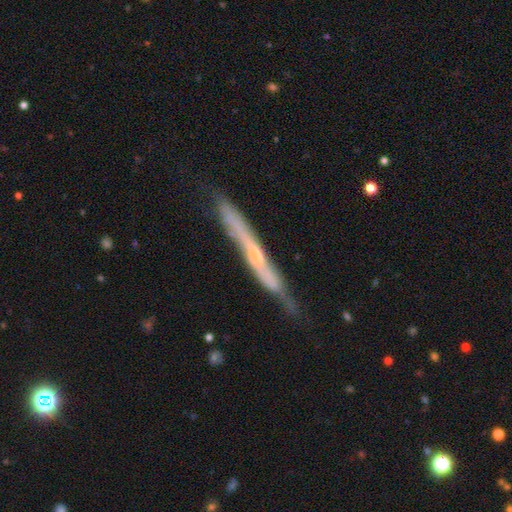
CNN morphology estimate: Smooth or featured: featured or disk — 68% (smooth — 25%)
Edge-on disk: yes — 89% (no — 11%)
Edge-on bulge: none — 58% (rounded — 35%)
Merging: none — 66% (minor disturbance — 25%)